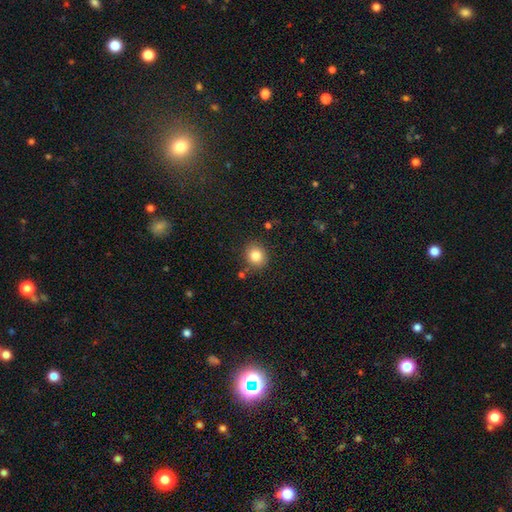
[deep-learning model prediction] Morphology: type=smooth (81%); roundness=round (80%); merging=none (85%).